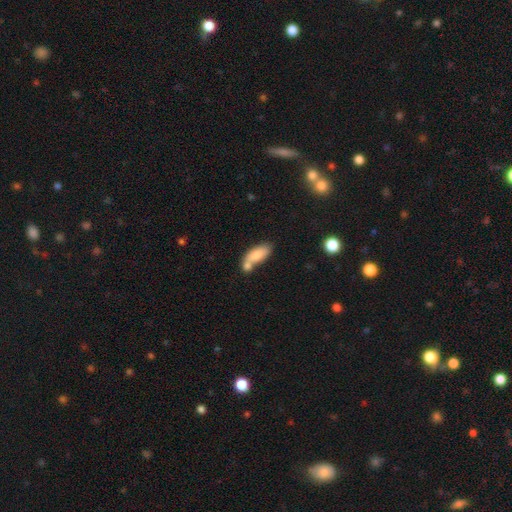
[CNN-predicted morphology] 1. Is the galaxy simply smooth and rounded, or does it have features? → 77% smooth, 16% featured or disk, 7% star or artifact.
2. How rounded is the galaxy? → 79% in between, 18% cigar-shaped, 3% round.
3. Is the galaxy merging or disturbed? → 48% merger, 33% none, 14% minor disturbance, 6% major disturbance.